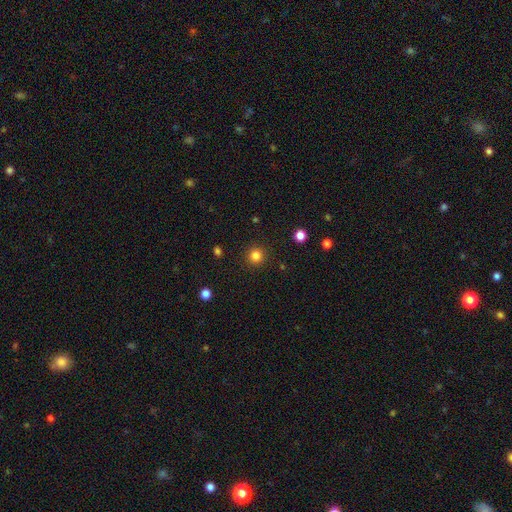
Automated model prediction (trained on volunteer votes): Smooth or featured? Predicted: smooth (p=0.82). How rounded? Predicted: round (p=0.95). Merging? Predicted: none (p=0.92).